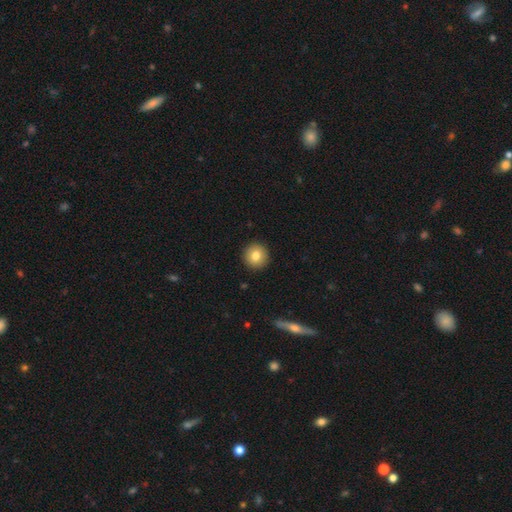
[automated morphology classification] A smooth galaxy with no disk features (81%) that is round (95%).

Vote fractions:
- Smooth or featured? smooth: 81% / featured or disk: 10% / star or artifact: 9%
- How rounded? round: 95% / in between: 4% / cigar-shaped: 1%
- Merging? none: 93% / minor disturbance: 5% / major disturbance: 2% / merger: 1%